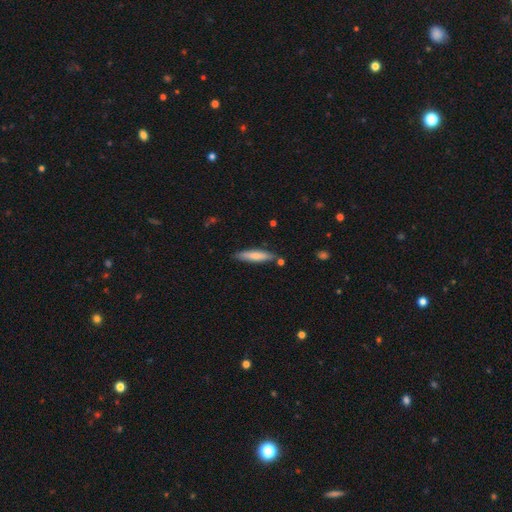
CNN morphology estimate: Smooth or featured?
  - smooth: 73% *
  - featured or disk: 22%
  - star or artifact: 6%
How rounded?
  - cigar-shaped: 83% *
  - in between: 15%
  - round: 1%
Merging?
  - none: 80% *
  - minor disturbance: 13%
  - merger: 4%
  - major disturbance: 2%